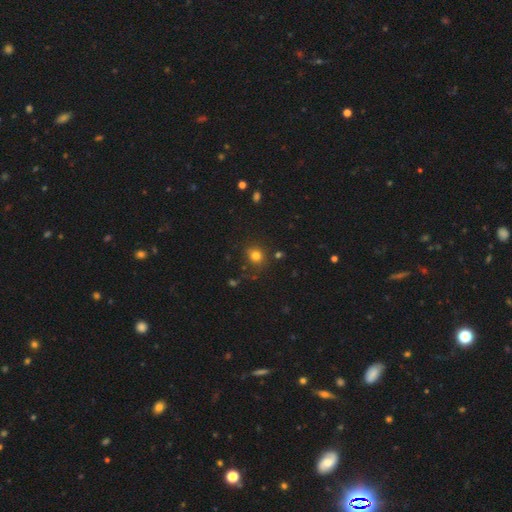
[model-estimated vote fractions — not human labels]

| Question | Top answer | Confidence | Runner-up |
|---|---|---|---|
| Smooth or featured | smooth | 79% | star or artifact (15%) |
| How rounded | round | 77% | in between (22%) |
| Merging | none | 82% | minor disturbance (11%) |